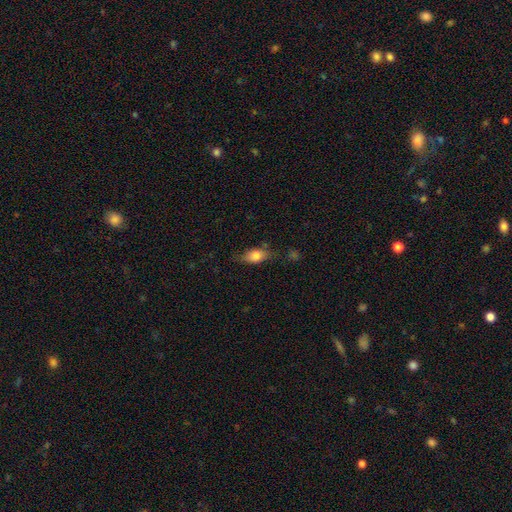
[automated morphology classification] Smooth or featured?
  - smooth: 77% *
  - featured or disk: 15%
  - star or artifact: 8%
How rounded?
  - in between: 82% *
  - cigar-shaped: 9%
  - round: 8%
Merging?
  - none: 65% *
  - minor disturbance: 24%
  - major disturbance: 7%
  - merger: 3%